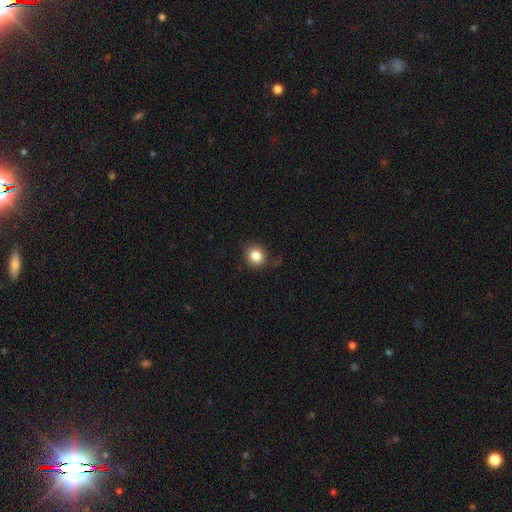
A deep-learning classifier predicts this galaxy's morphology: Overall: smooth (84%). How rounded: round (77%). Merging: none (78%).